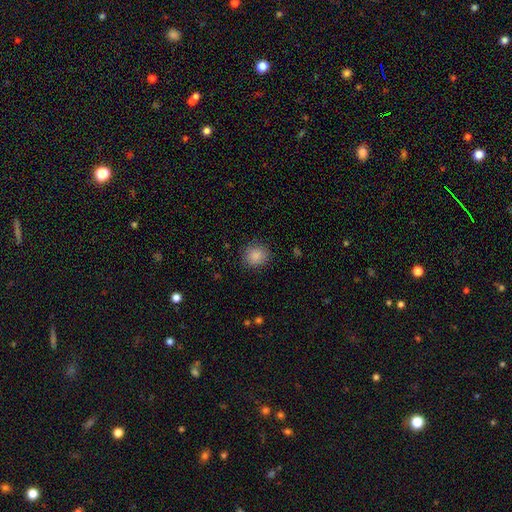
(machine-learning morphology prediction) This appears to be a smooth galaxy with no disk features (87%) that is round (80%). Merging: none (87%).